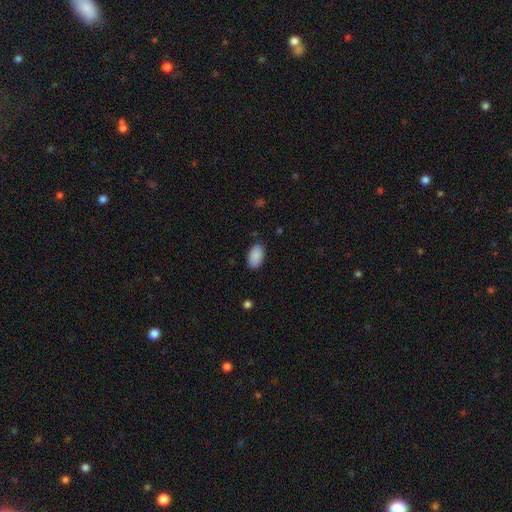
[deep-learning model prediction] A smooth galaxy with no disk features (90%) that is in between round and cigar-shaped (94%). Merging: none (86%).